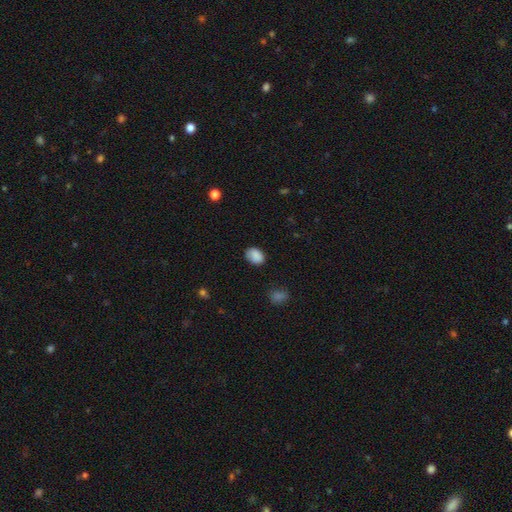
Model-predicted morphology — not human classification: A smooth galaxy with no disk features (85%) that is in between round and cigar-shaped (72%).

Vote fractions:
- Smooth or featured? smooth: 85% / star or artifact: 9% / featured or disk: 6%
- How rounded? in between: 72% / round: 27% / cigar-shaped: 1%
- Merging? none: 72% / minor disturbance: 21% / major disturbance: 5% / merger: 2%